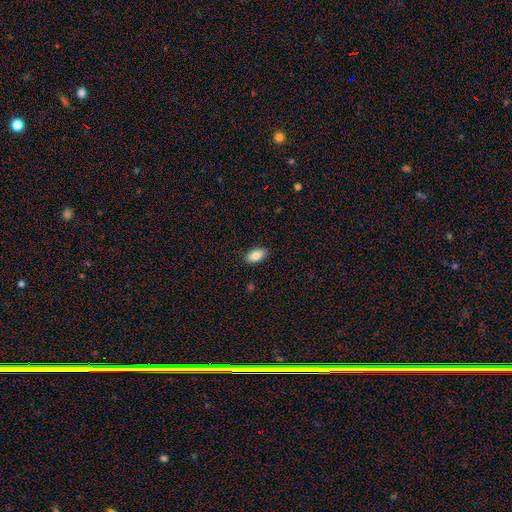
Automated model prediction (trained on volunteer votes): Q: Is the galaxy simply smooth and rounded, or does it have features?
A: smooth — 84%.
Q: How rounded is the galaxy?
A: in between — 93%.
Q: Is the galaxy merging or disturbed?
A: none — 87%.